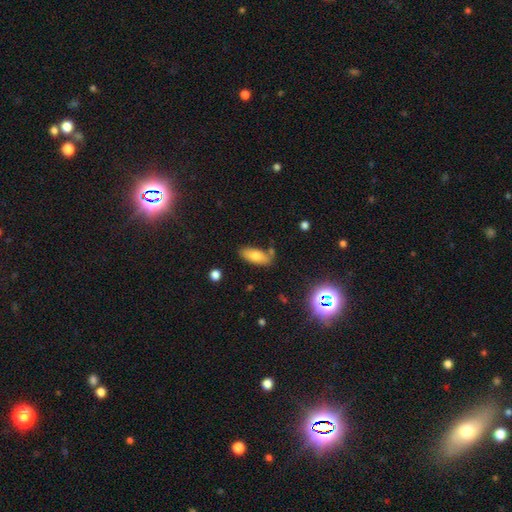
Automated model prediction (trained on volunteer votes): This appears to be a smooth galaxy with no disk features (75%) that is in between round and cigar-shaped (81%). Merging: none (70%).